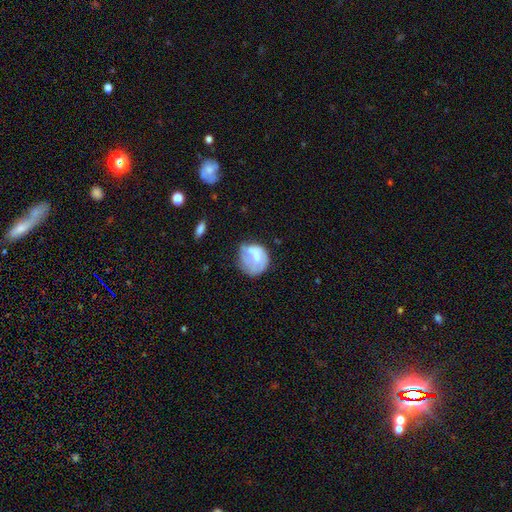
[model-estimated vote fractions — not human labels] Q: Smooth or featured?
A: smooth (49%); runner-up: featured or disk (43%)
Q: Merging?
A: none (38%); runner-up: minor disturbance (30%)